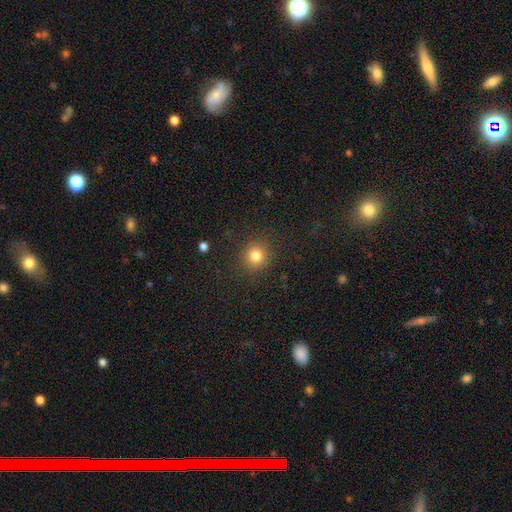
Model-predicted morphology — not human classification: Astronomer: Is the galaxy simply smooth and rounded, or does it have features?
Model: smooth — 82%.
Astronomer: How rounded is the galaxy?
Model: round — 90%.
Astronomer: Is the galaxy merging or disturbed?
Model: none — 89%.